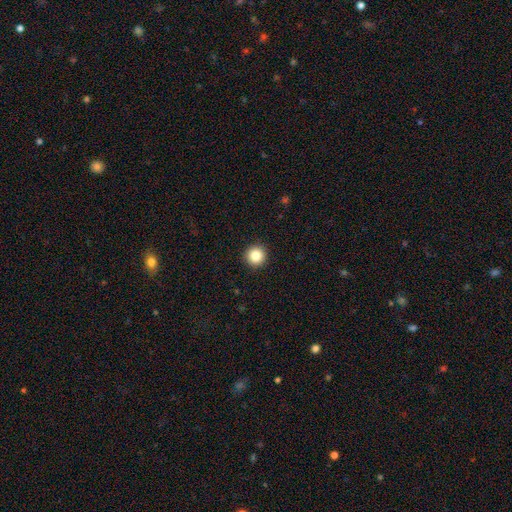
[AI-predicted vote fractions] This appears to be a smooth galaxy with no disk features (84%) that is round (96%). Merging: none (93%).